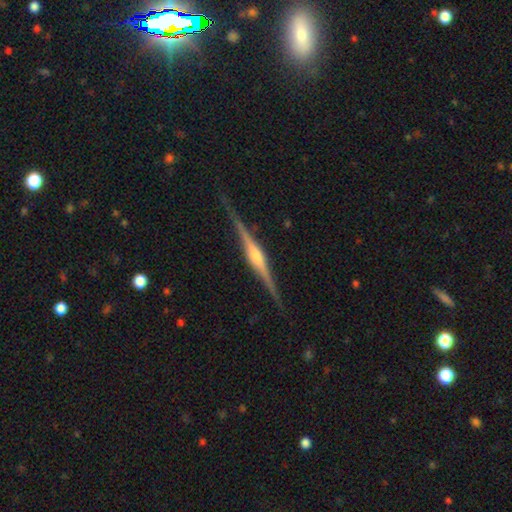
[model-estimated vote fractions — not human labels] Q: Smooth or featured?
A: featured or disk (88%); runner-up: smooth (7%)
Q: Edge-on disk?
A: yes (99%); runner-up: no (1%)
Q: Edge-on bulge?
A: rounded (82%); runner-up: boxy (12%)
Q: Merging?
A: none (88%); runner-up: minor disturbance (9%)